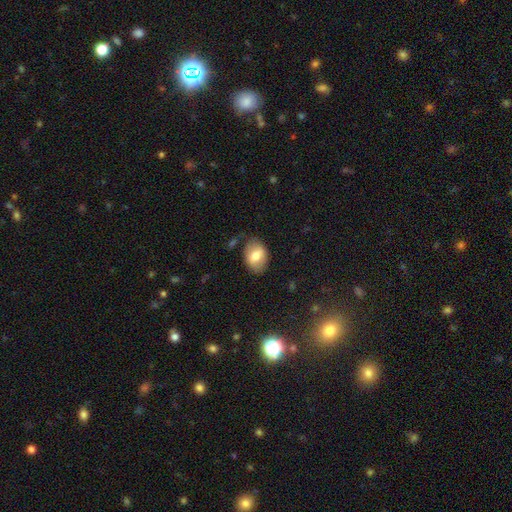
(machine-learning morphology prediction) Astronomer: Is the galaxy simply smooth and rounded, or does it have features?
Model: smooth — 70%.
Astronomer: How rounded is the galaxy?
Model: in between — 79%.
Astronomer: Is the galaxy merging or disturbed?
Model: none — 77%.